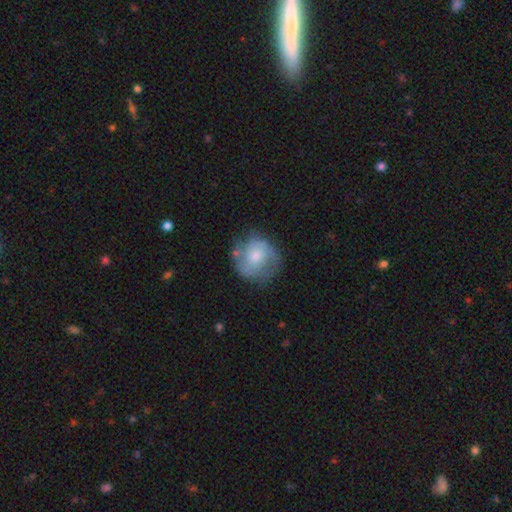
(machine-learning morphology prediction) Smooth or featured? Predicted: smooth (p=0.51). How rounded? Predicted: round (p=0.80). Merging? Predicted: none (p=0.58).